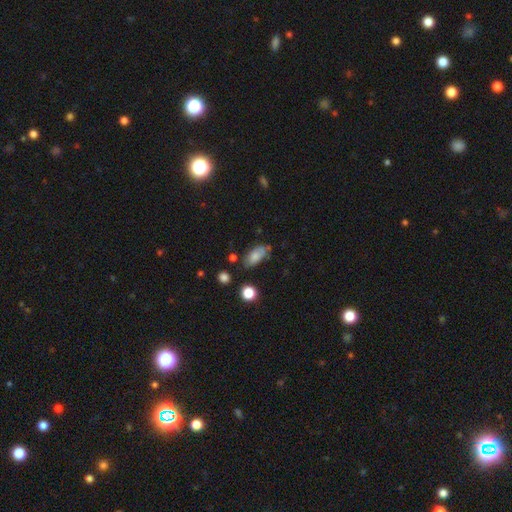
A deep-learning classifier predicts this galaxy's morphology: smooth 72%, featured or disk 19%, star or artifact 9%. Down the decision tree: how rounded — in between (89%); merging — none (64%).